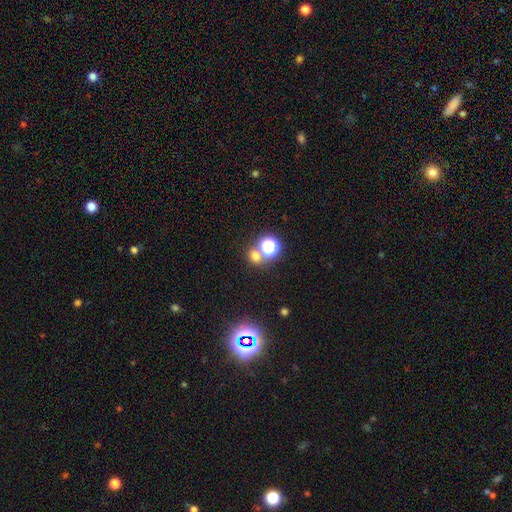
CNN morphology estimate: A smooth galaxy with no disk features (61%) that is round (74%). Merging: none (62%).